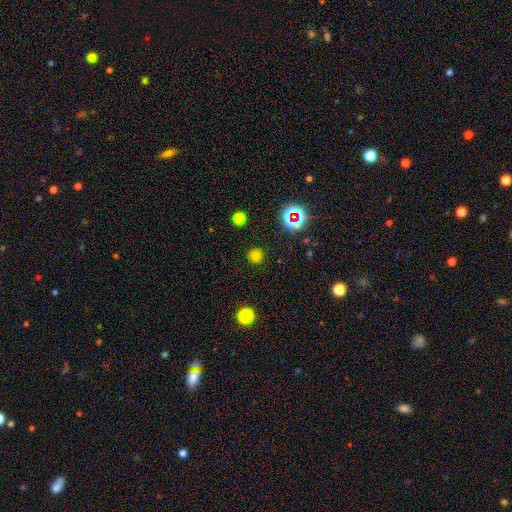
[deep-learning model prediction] Overall: smooth (68%). How rounded: round (93%). Merging: none (88%).